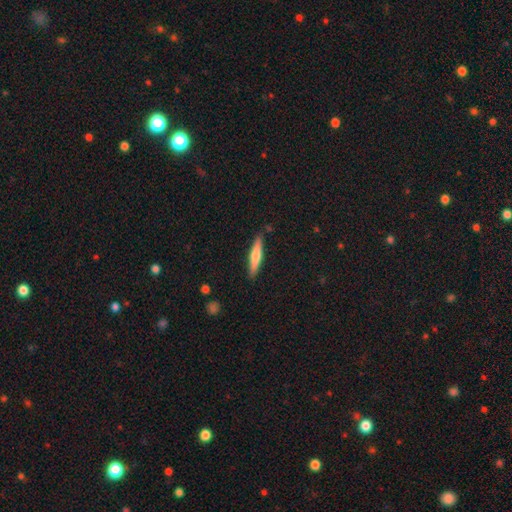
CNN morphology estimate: Overall: smooth (54%; featured or disk 41%). How rounded: cigar-shaped (89%). Merging: none (87%).